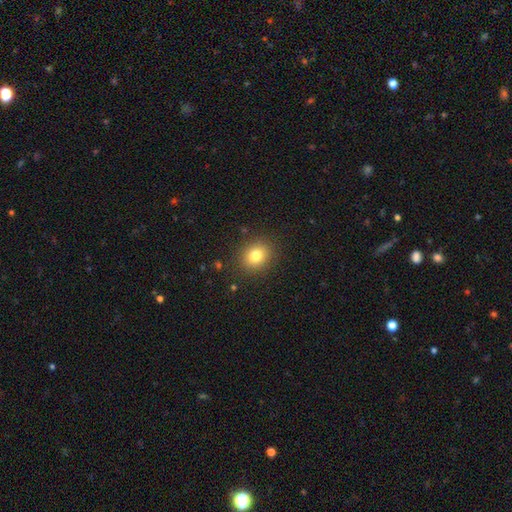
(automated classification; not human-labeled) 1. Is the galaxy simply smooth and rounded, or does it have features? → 80% smooth, 12% star or artifact, 8% featured or disk.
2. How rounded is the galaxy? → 68% round, 31% in between, 1% cigar-shaped.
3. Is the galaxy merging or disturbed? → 88% none, 8% minor disturbance, 3% major disturbance, 1% merger.